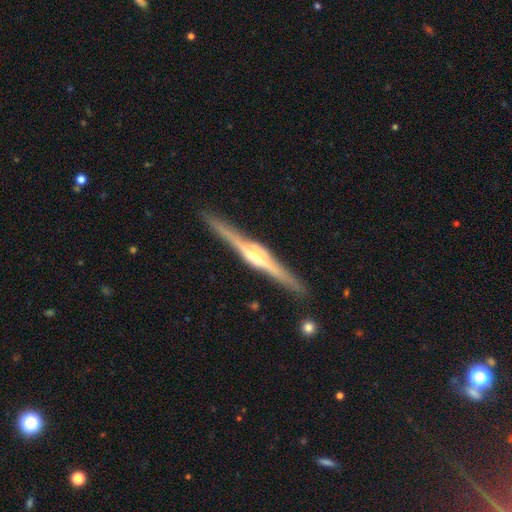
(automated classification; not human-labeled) This is clearly a featured or disk galaxy (87%). It is clearly viewed edge-on (98%). Edge-on bulge: likely rounded (77%). Merging: clearly none (91%).